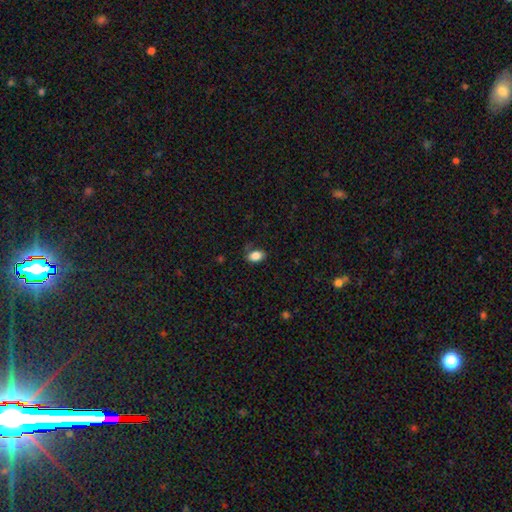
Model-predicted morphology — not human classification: A smooth galaxy with no disk features (84%) that is in between round and cigar-shaped (87%). Merging: none (72%).